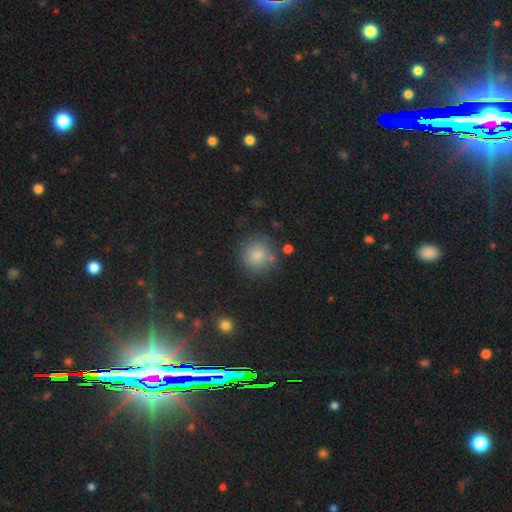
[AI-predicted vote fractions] Q: Smooth or featured?
A: smooth (71%); runner-up: star or artifact (20%)
Q: How rounded?
A: round (92%); runner-up: in between (7%)
Q: Merging?
A: none (82%); runner-up: minor disturbance (10%)